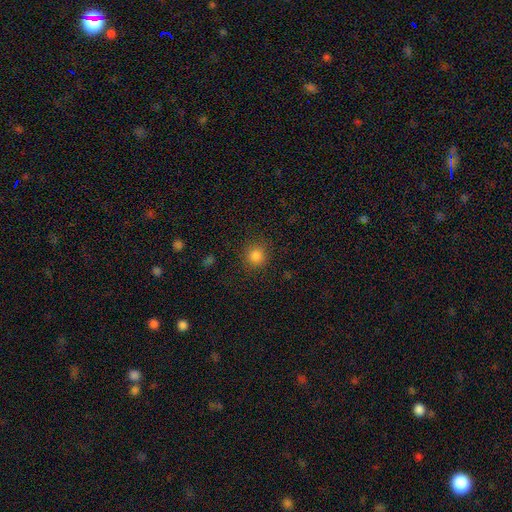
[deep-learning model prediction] A smooth galaxy with no disk features (84%) that is round (93%).

Vote fractions:
- Smooth or featured? smooth: 84% / star or artifact: 13% / featured or disk: 3%
- How rounded? round: 93% / in between: 7% / cigar-shaped: 1%
- Merging? none: 88% / minor disturbance: 8% / major disturbance: 3% / merger: 1%